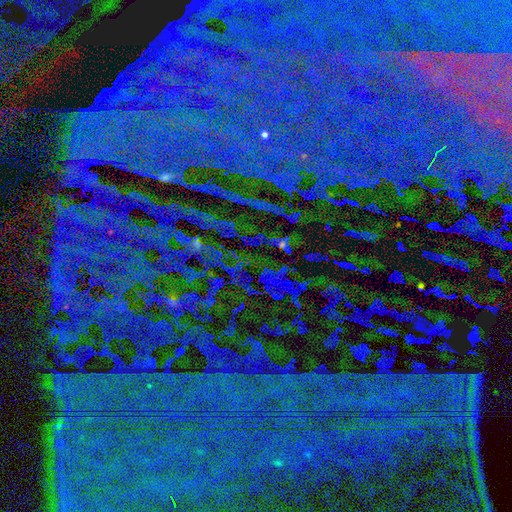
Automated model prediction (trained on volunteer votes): Smooth or featured? star or artifact (83%)